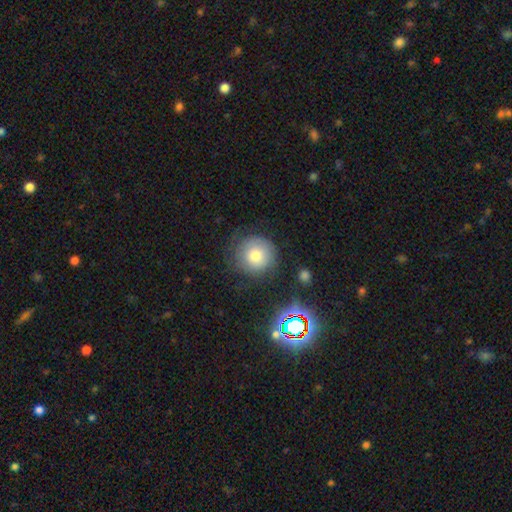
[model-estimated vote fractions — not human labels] This is likely a smooth galaxy (65%). How rounded: clearly round (93%). Merging: likely none (72%).